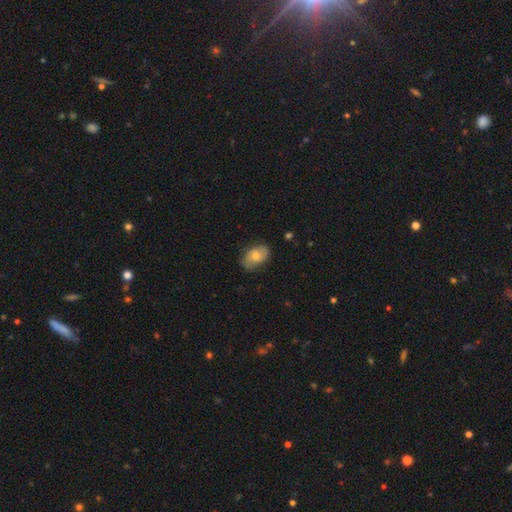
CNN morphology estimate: This is likely a smooth galaxy (68%). How rounded: clearly in between (87%). Merging: likely none (73%).